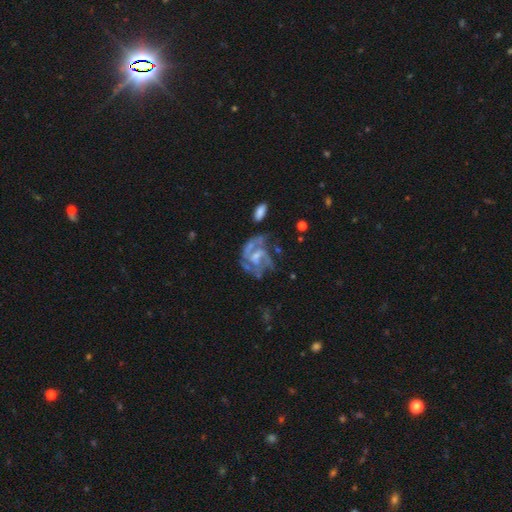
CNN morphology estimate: Smooth or featured?
  - featured or disk: 81% *
  - smooth: 12%
  - star or artifact: 8%
Edge-on disk?
  - no: 97% *
  - yes: 3%
Bar?
  - weak: 44% *
  - no: 42%
  - strong: 14%
Spiral arms?
  - yes: 83% *
  - no: 17%
Spiral winding?
  - medium: 48% *
  - tight: 31%
  - loose: 21%
Spiral arm count?
  - 2: 39% *
  - can't tell: 24%
  - 3: 22%
  - 1: 6%
  - 4: 5%
  - more than 4: 4%
Bulge size?
  - small: 36% *
  - moderate: 35%
  - none: 23%
  - large: 5%
  - dominant: 1%
Merging?
  - none: 44% *
  - major disturbance: 27%
  - minor disturbance: 21%
  - merger: 8%